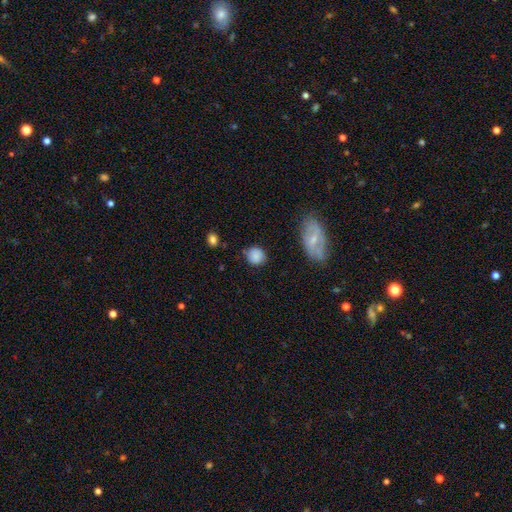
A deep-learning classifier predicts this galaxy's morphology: Smooth or featured? smooth (82%)
How rounded? round (82%)
Merging? none (74%)